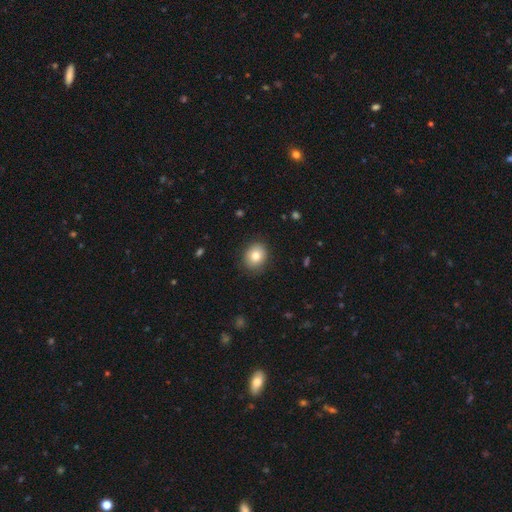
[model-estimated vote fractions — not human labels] Smooth or featured?
  - smooth: 80% *
  - featured or disk: 11%
  - star or artifact: 9%
How rounded?
  - round: 60% *
  - in between: 39%
  - cigar-shaped: 1%
Merging?
  - none: 86% *
  - minor disturbance: 10%
  - major disturbance: 3%
  - merger: 1%